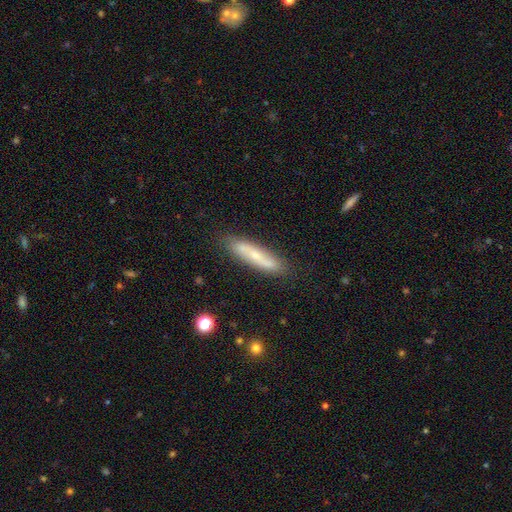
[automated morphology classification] This is possibly a featured or disk galaxy (49%). Merging: clearly none (82%).